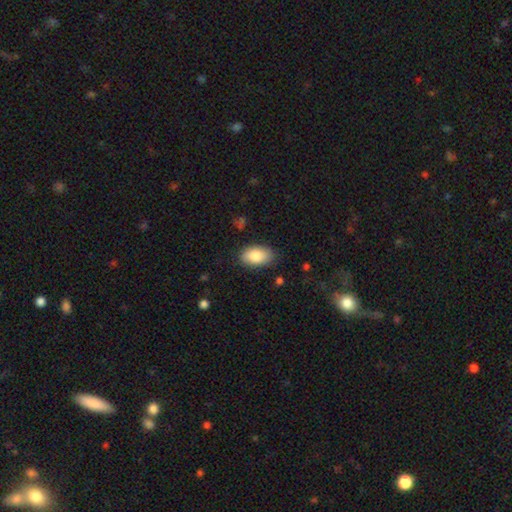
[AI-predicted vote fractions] Smooth or featured?
  - smooth: 85% *
  - featured or disk: 8%
  - star or artifact: 6%
How rounded?
  - in between: 93% *
  - round: 6%
  - cigar-shaped: 2%
Merging?
  - none: 83% *
  - minor disturbance: 13%
  - major disturbance: 3%
  - merger: 1%